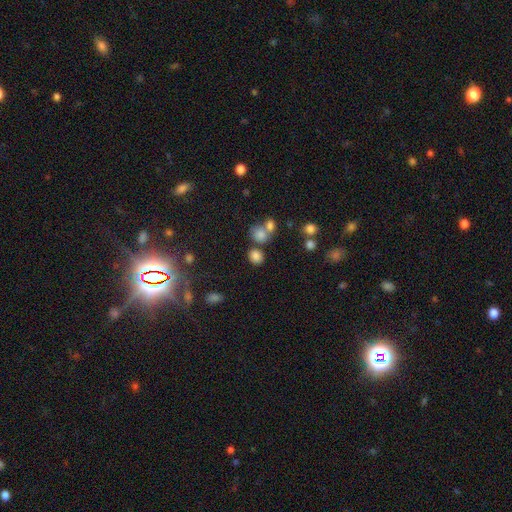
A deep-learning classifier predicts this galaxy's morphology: The model was most divided on "how rounded": round: 63%, in between: 36%, cigar-shaped: 1%. More confident: smooth or featured — smooth (80%); merging — none (64%).